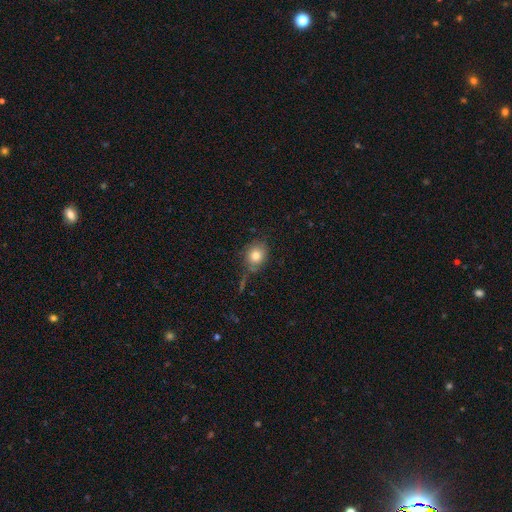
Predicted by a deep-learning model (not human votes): A smooth galaxy with no disk features (80%) that is round (63%). Merging: none (68%).